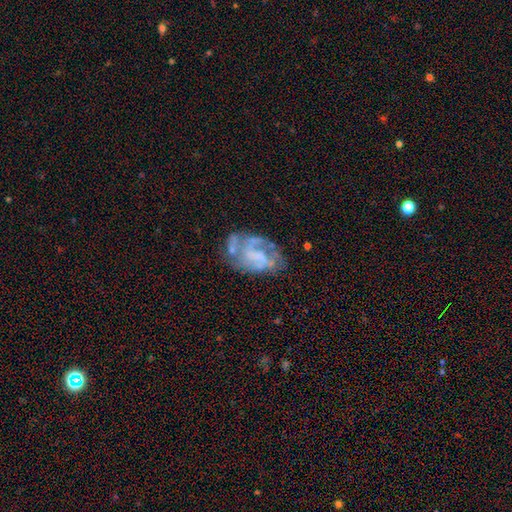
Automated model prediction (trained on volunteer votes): Overall: featured or disk (76%). Edge-on disk: no (97%). Bar: no (46%; weak 39%). Spiral arms: yes (78%). Spiral arm count: 2 (38%; can't tell 30%). Spiral winding: medium (43%; tight 34%). Bulge size: none (54%; small 22%). Merging: none (49%; minor disturbance 23%).